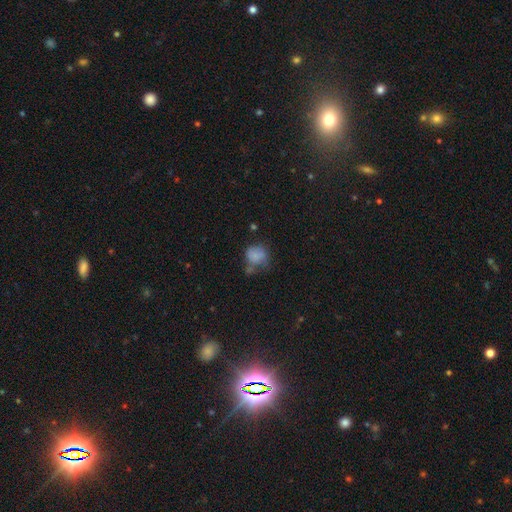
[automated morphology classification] Smooth or featured? Predicted: smooth (p=0.76). How rounded? Predicted: round (p=0.65). Merging? Predicted: none (p=0.38).